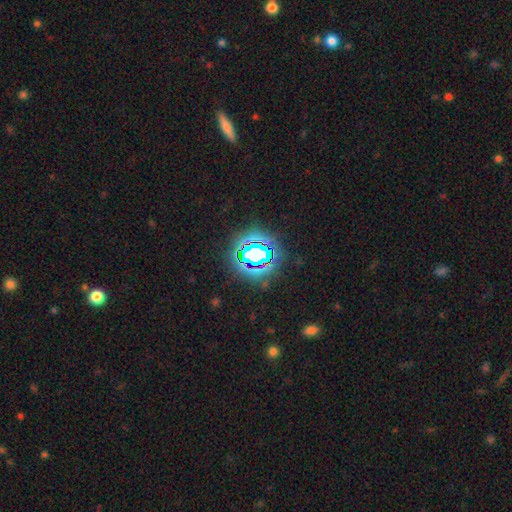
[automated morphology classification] Overall: star or artifact (69%).